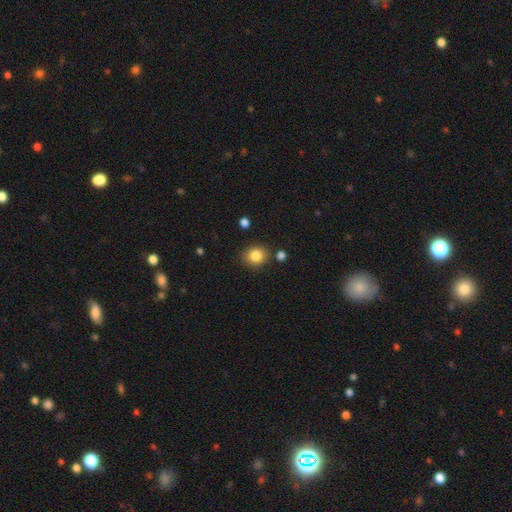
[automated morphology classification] This is clearly a smooth galaxy (84%). How rounded: likely round (75%). Merging: clearly none (81%).